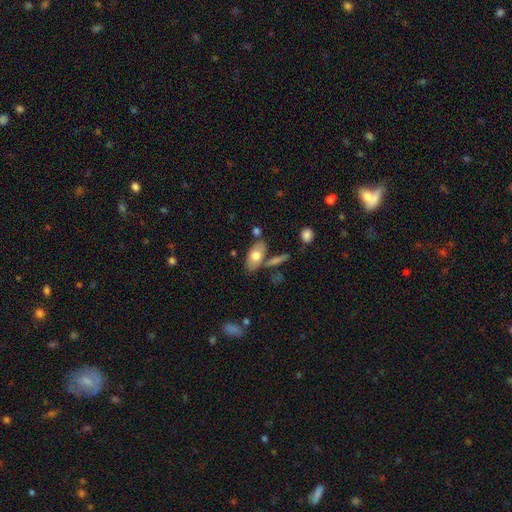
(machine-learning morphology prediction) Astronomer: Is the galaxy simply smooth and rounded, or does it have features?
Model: smooth — 68%.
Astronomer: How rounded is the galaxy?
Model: in between — 90%.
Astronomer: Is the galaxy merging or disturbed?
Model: none — 68%.